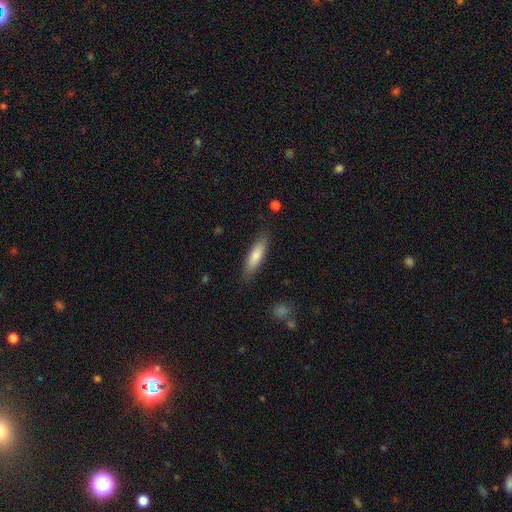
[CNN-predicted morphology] This is likely a smooth galaxy (79%). How rounded: likely cigar-shaped (61%). Merging: clearly none (83%).